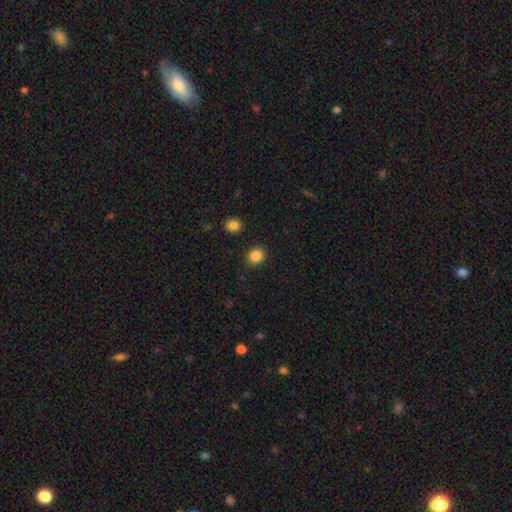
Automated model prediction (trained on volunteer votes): This appears to be a smooth galaxy with no disk features (86%) that is round (71%). Merging: none (89%).